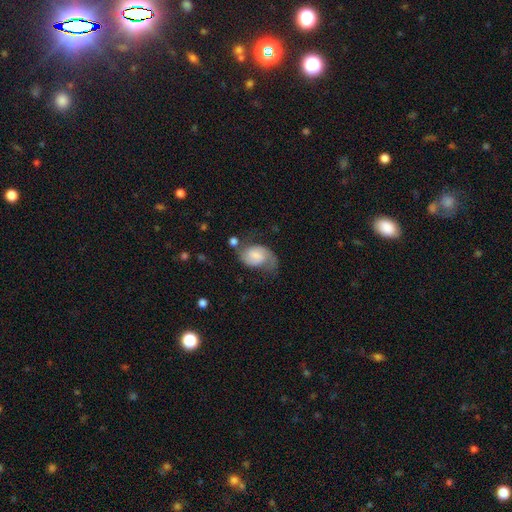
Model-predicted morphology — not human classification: Smooth or featured? featured or disk (62%)
Edge-on disk? no (98%)
Bar? no (46%)
Spiral arms? yes (91%)
Spiral winding? medium (44%)
Spiral arm count? 2 (85%)
Bulge size? small (29%)
Merging? none (46%)